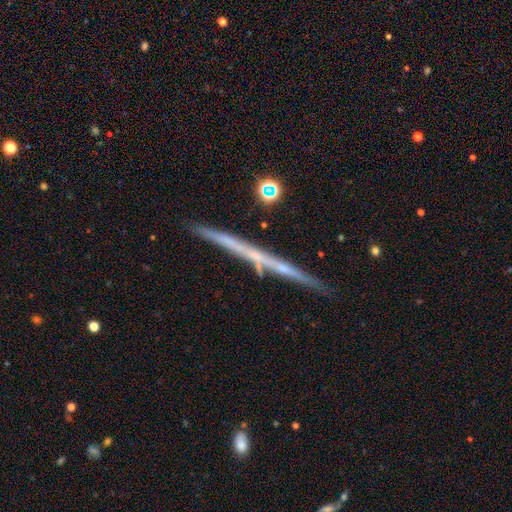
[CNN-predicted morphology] A featured or disk galaxy (64%) viewed edge-on (97%) with no central bulge (85%).

Vote fractions:
- Smooth or featured? featured or disk: 64% / smooth: 27% / star or artifact: 8%
- Edge-on disk? yes: 97% / no: 3%
- Edge-on bulge? none: 85% / rounded: 11% / boxy: 3%
- Merging? none: 88% / minor disturbance: 8% / merger: 2% / major disturbance: 2%